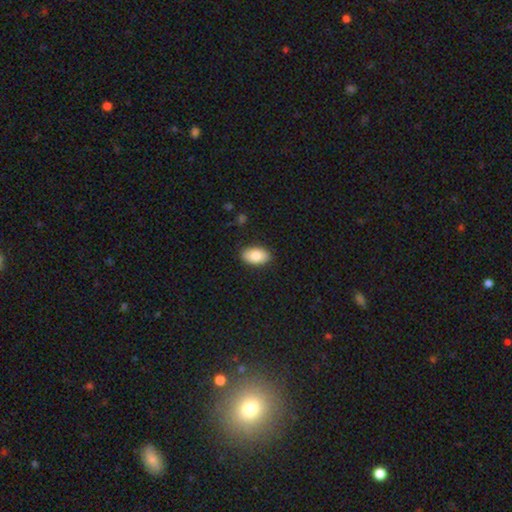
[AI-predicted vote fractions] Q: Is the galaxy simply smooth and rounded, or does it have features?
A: smooth — 83%.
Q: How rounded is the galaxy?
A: in between — 93%.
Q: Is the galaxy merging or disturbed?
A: none — 88%.